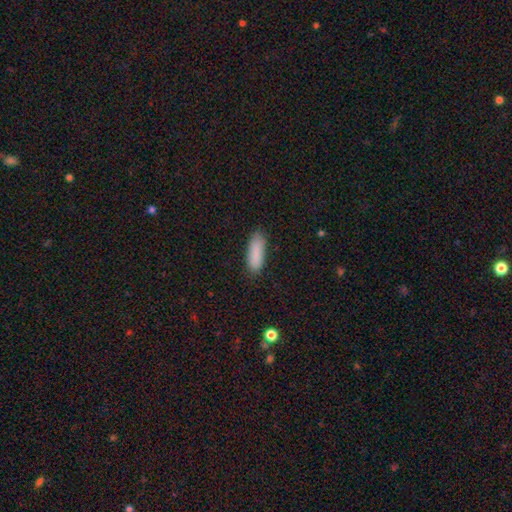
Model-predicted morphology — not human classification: This appears to be a smooth galaxy with no disk features (88%) that is in between round and cigar-shaped (60%). Merging: none (82%).